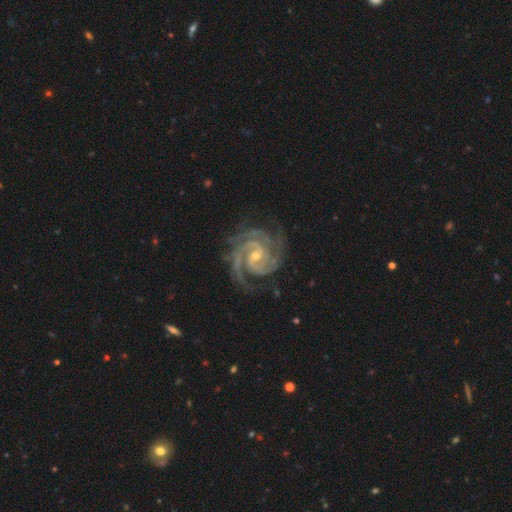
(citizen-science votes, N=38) Q: Smooth or featured?
A: featured or disk (92%); runner-up: star or artifact (5%)
Q: Edge-on disk?
A: no (100%)
Q: Bar?
A: weak (46%); runner-up: no (43%)
Q: Spiral arms?
A: yes (100%)
Q: Spiral winding?
A: tight (77%); runner-up: medium (23%)
Q: Spiral arm count?
A: 3 (60%); runner-up: 4 (11%)
Q: Bulge size?
A: moderate (54%); runner-up: small (46%)
Q: Merging?
A: none (83%); runner-up: minor disturbance (8%)